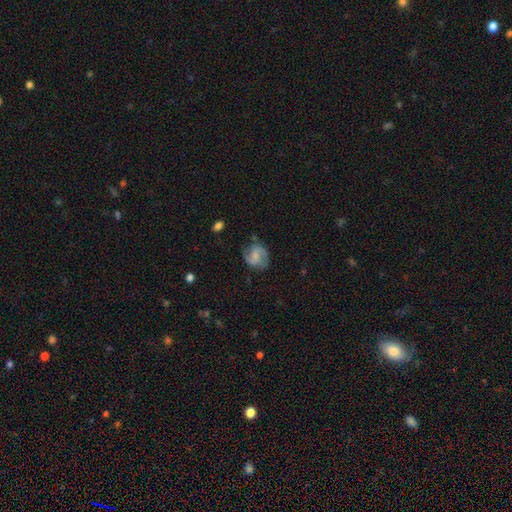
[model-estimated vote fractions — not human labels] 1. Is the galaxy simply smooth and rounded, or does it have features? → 68% featured or disk, 25% smooth, 7% star or artifact.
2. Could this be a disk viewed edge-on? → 98% no, 2% yes.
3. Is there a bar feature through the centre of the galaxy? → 48% weak, 36% no, 15% strong.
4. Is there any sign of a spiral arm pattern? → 93% yes, 7% no.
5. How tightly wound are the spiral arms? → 48% medium, 33% loose, 19% tight.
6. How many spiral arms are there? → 88% 2, 5% can't tell, 3% 1, 2% 3, 1% 4, 1% more than 4.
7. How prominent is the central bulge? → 36% none, 33% small, 24% moderate, 6% large, 1% dominant.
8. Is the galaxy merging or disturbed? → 71% none, 19% minor disturbance, 8% major disturbance, 2% merger.